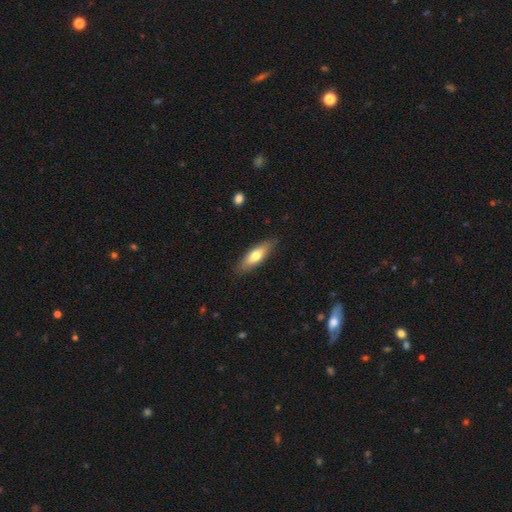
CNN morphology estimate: Smooth or featured?
  - smooth: 63% *
  - featured or disk: 31%
  - star or artifact: 6%
How rounded?
  - cigar-shaped: 51% *
  - in between: 47%
  - round: 2%
Merging?
  - none: 86% *
  - minor disturbance: 11%
  - major disturbance: 2%
  - merger: 1%